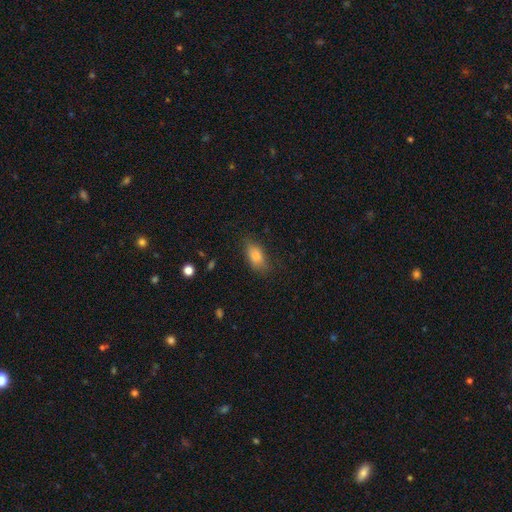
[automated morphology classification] smooth 81%, featured or disk 9%, star or artifact 9%. Down the decision tree: how rounded — in between (86%); merging — none (78%).